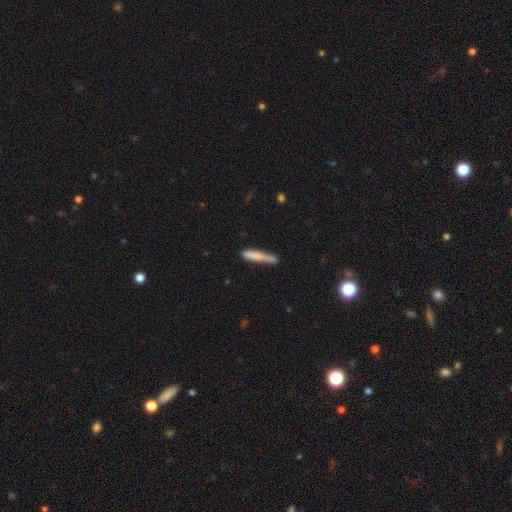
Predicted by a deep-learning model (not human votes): Smooth or featured? Predicted: smooth (p=0.79). How rounded? Predicted: cigar-shaped (p=0.92). Merging? Predicted: none (p=0.62).